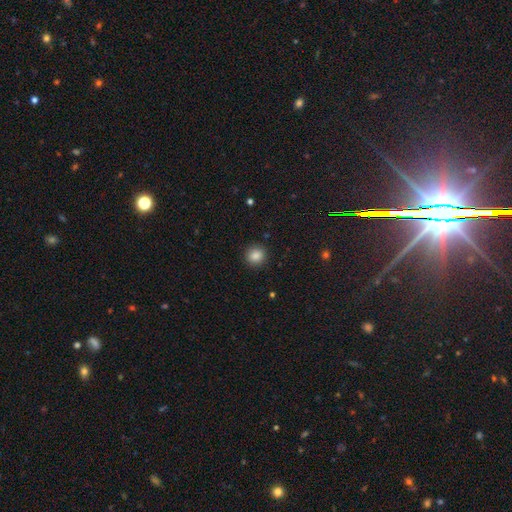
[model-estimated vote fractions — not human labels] Morphology: type=smooth (86%); roundness=round (88%); merging=none (91%).